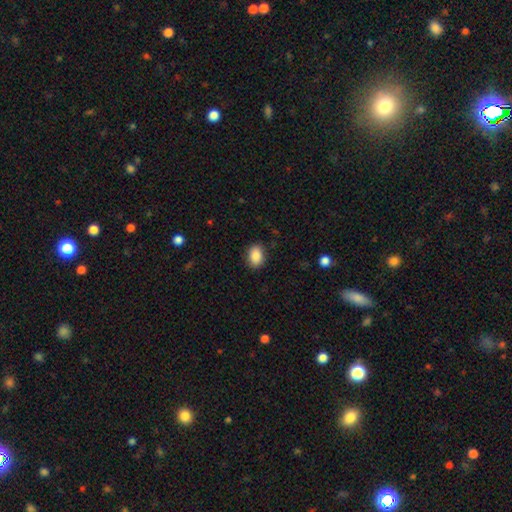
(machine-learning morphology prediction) smooth_or_featured: smooth (p=0.87) [alt: star or artifact p=0.08]
how_rounded: in between (p=0.75) [alt: round p=0.24]
merging: none (p=0.87) [alt: minor disturbance p=0.09]